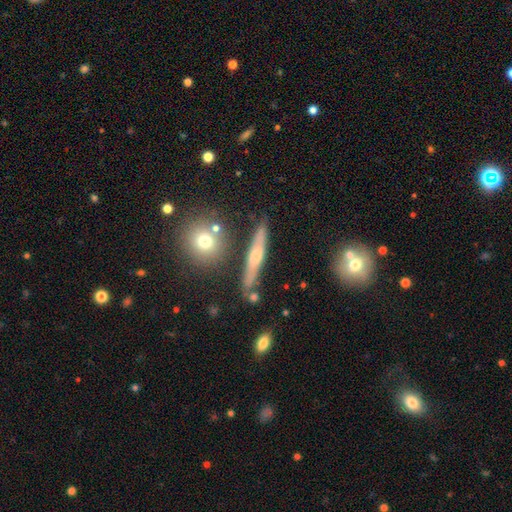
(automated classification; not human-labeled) Smooth or featured? featured or disk (57%)
Edge-on disk? yes (90%)
Edge-on bulge? rounded (70%)
Merging? none (80%)